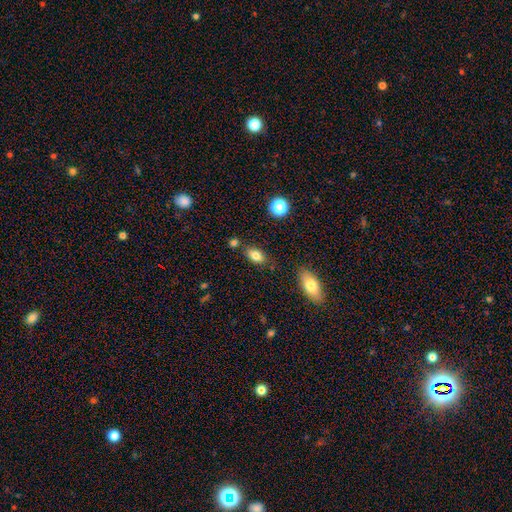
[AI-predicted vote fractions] Morphology: type=smooth (81%); roundness=in between (87%); merging=none (76%).